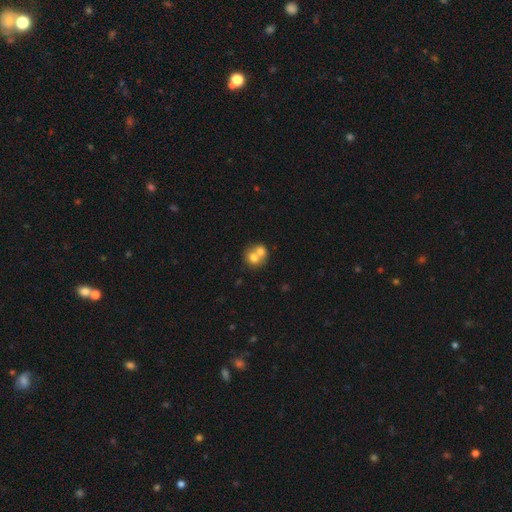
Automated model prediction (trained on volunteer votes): smooth-or-featured: smooth: 69% | featured or disk: 22% | star or artifact: 9%
  how-rounded: round: 75% | in between: 24% | cigar-shaped: 1%
  merging: merger: 65% | none: 27% | minor disturbance: 5% | major disturbance: 2%